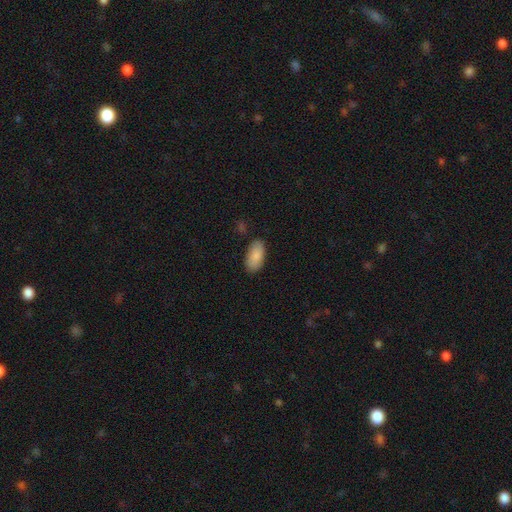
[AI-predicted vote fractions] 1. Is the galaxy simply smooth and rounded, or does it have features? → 88% smooth, 6% star or artifact, 6% featured or disk.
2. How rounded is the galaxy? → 94% in between, 4% cigar-shaped, 2% round.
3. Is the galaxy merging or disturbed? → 85% none, 11% minor disturbance, 3% major disturbance, 2% merger.